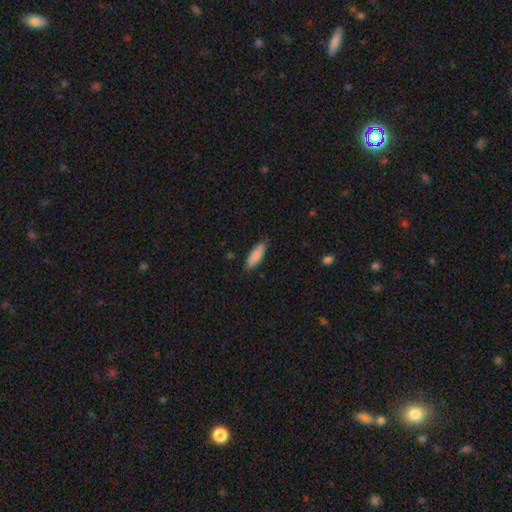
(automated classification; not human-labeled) smooth 87%, featured or disk 8%, star or artifact 6%. Down the decision tree: how rounded — in between (59%); merging — none (82%).